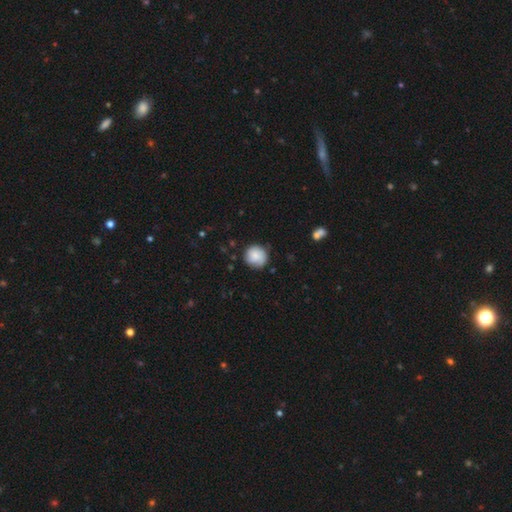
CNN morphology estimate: Q: Smooth or featured?
A: smooth (75%); runner-up: featured or disk (18%)
Q: How rounded?
A: round (90%); runner-up: in between (9%)
Q: Merging?
A: none (74%); runner-up: minor disturbance (19%)